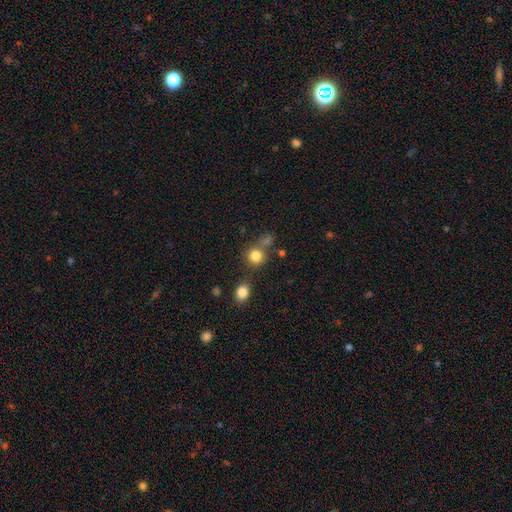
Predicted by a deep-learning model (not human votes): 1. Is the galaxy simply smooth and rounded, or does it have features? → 81% smooth, 12% star or artifact, 6% featured or disk.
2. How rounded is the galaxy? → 87% round, 12% in between, 1% cigar-shaped.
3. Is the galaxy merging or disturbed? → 66% none, 18% merger, 11% minor disturbance, 5% major disturbance.